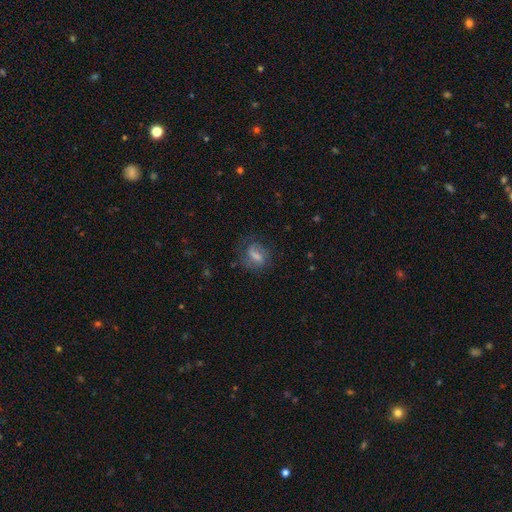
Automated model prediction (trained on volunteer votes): Smooth or featured? Predicted: featured or disk (p=0.52). Edge-on disk? Predicted: no (p=0.96). Bar? Predicted: weak (p=0.47). Spiral arms? Predicted: yes (p=0.79). Bulge size? Predicted: small (p=0.38). Merging? Predicted: none (p=0.59).